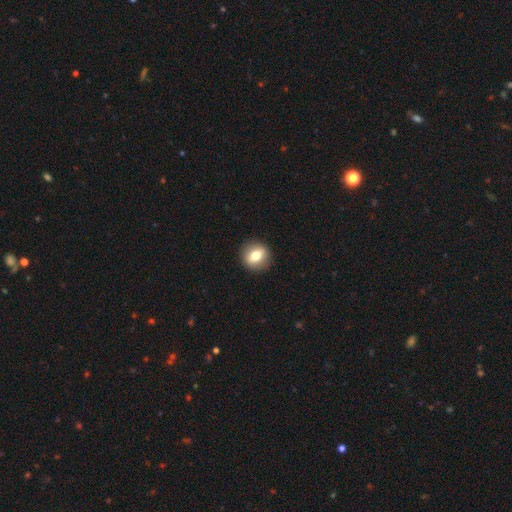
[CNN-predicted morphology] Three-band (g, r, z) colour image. It shows a smooth galaxy with no disk features (66%) that is round (80%). Merging: none (91%).